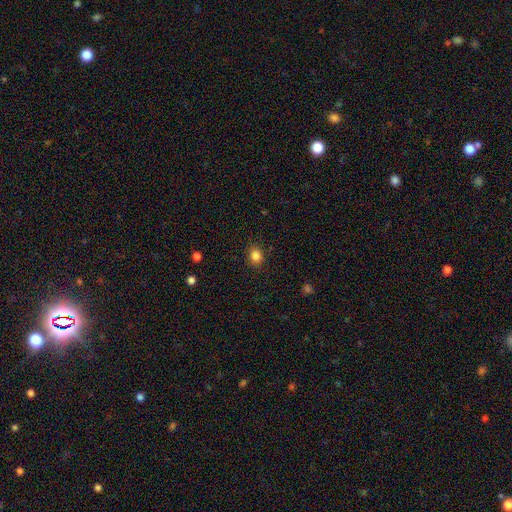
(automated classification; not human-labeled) Morphology: type=smooth (85%); roundness=round (60%); merging=none (88%).